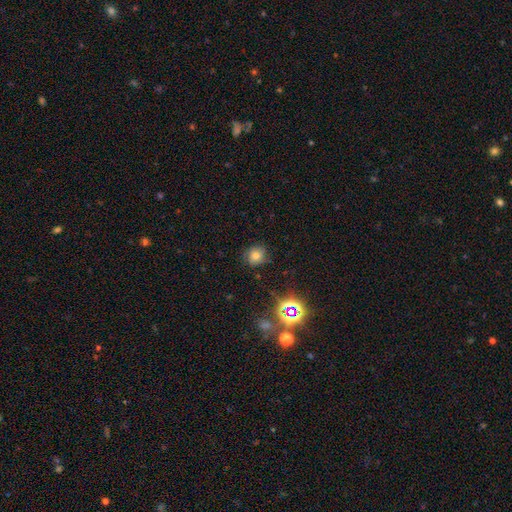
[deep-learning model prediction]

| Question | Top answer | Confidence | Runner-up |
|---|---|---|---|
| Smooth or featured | smooth | 60% | star or artifact (23%) |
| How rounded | round | 76% | in between (23%) |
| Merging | none | 75% | minor disturbance (17%) |